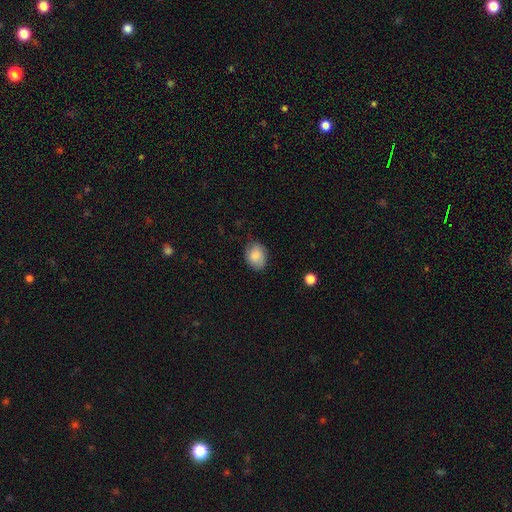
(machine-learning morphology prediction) Smooth or featured?
  - smooth: 84% *
  - featured or disk: 9%
  - star or artifact: 7%
How rounded?
  - in between: 65% *
  - round: 34%
  - cigar-shaped: 1%
Merging?
  - none: 76% *
  - minor disturbance: 19%
  - major disturbance: 4%
  - merger: 1%